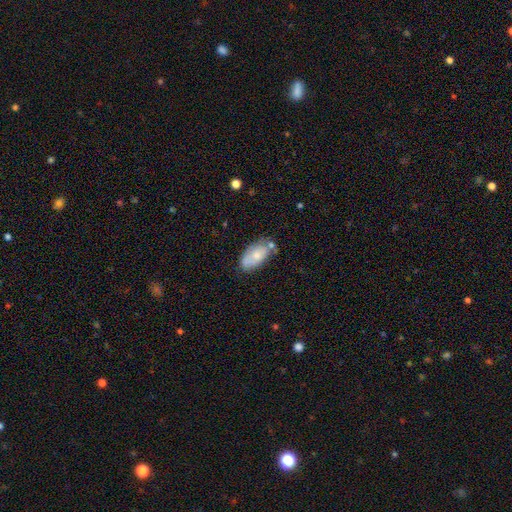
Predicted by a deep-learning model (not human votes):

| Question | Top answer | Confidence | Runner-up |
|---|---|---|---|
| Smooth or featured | smooth | 68% | featured or disk (25%) |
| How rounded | in between | 93% | cigar-shaped (4%) |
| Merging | none | 51% | minor disturbance (27%) |